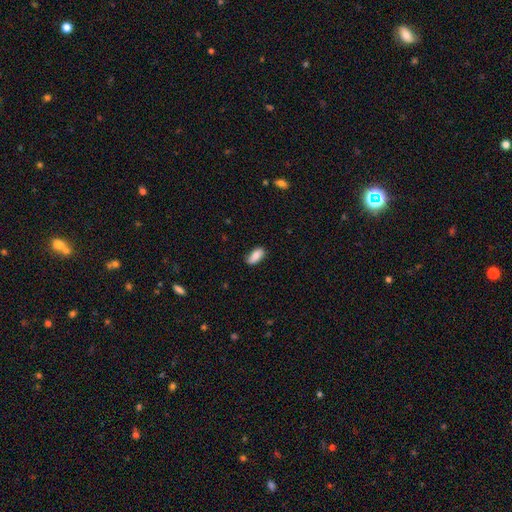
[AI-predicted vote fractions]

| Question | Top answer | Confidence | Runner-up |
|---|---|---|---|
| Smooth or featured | smooth | 86% | featured or disk (8%) |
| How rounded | in between | 89% | cigar-shaped (8%) |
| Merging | none | 82% | minor disturbance (15%) |